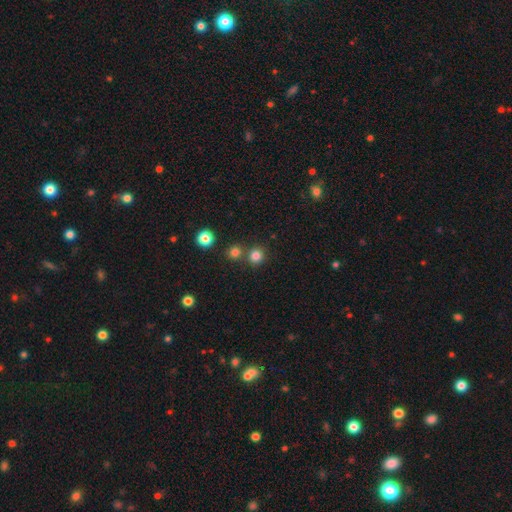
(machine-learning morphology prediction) A smooth galaxy with no disk features (81%) that is round (92%). Merging: none (75%).